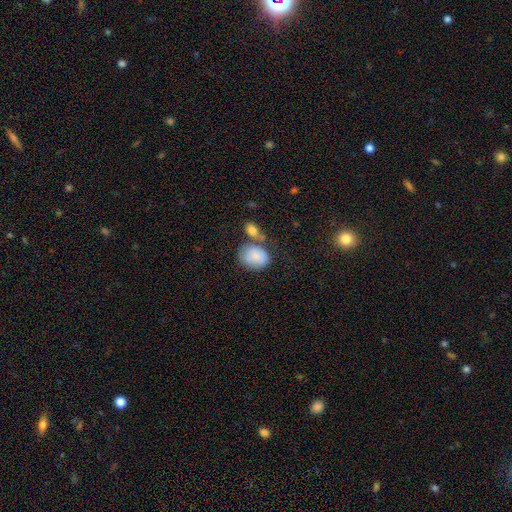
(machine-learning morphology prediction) The model was most divided on "merging": none: 45%, merger: 25%, minor disturbance: 21%, major disturbance: 8%. More confident: smooth or featured — smooth (79%); how rounded — in between (66%).